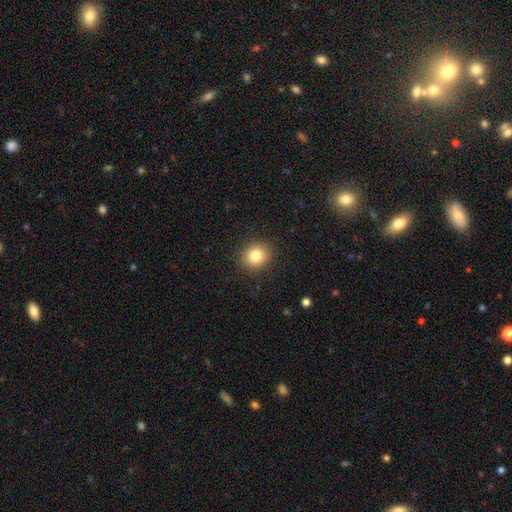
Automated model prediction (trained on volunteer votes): Smooth or featured? Predicted: smooth (p=0.82). How rounded? Predicted: round (p=0.77). Merging? Predicted: none (p=0.90).